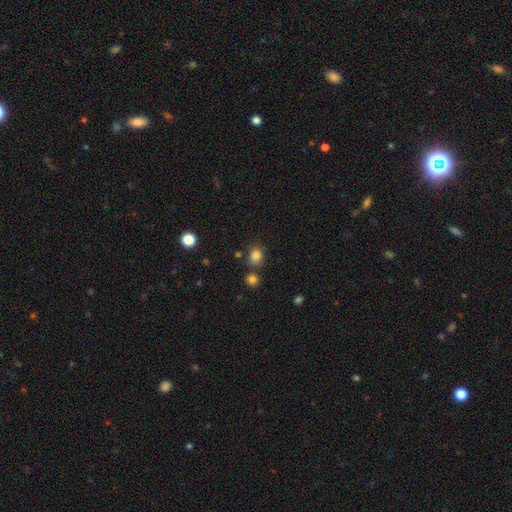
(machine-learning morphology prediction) This is clearly a smooth galaxy (82%). How rounded: possibly round (58%). Merging: likely none (69%).